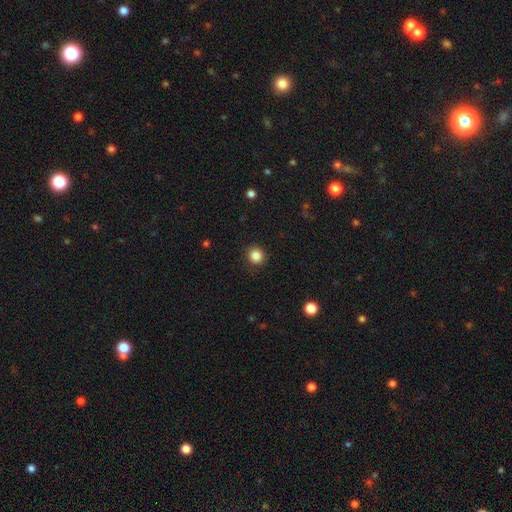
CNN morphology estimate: smooth_or_featured: smooth (p=0.85) [alt: star or artifact p=0.11]
how_rounded: round (p=0.90) [alt: in between p=0.09]
merging: none (p=0.90) [alt: minor disturbance p=0.07]